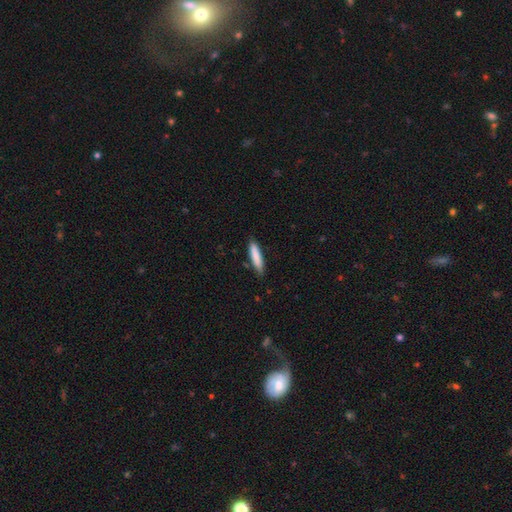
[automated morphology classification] This appears to be a smooth galaxy with no disk features (84%) that is cigar-shaped (82%). Merging: none (83%).